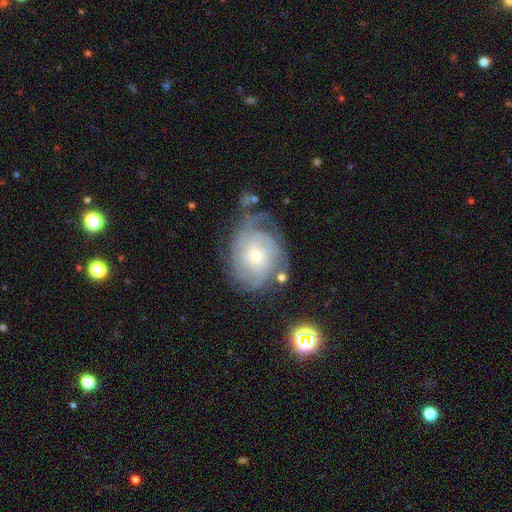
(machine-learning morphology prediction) type=featured or disk (83%); edge-on=no (97%); bar=no (71%); spiral arms=yes (95%); winding=tight (67%); arm count=can't tell (37%); bulge=small (64%); merging=none (60%).